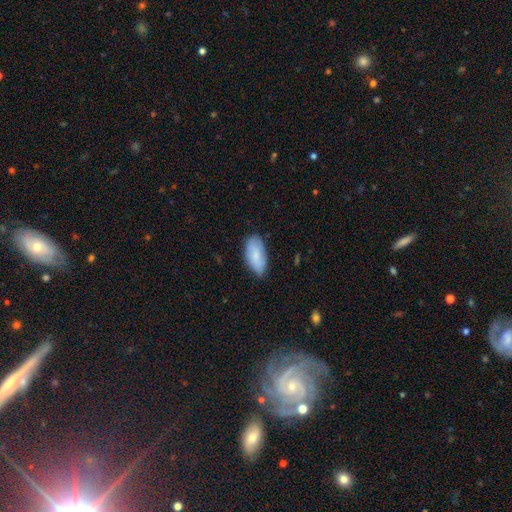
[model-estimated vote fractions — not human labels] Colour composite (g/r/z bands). It shows a smooth galaxy with no disk features (80%) that is in between round and cigar-shaped (92%). Merging: none (73%).